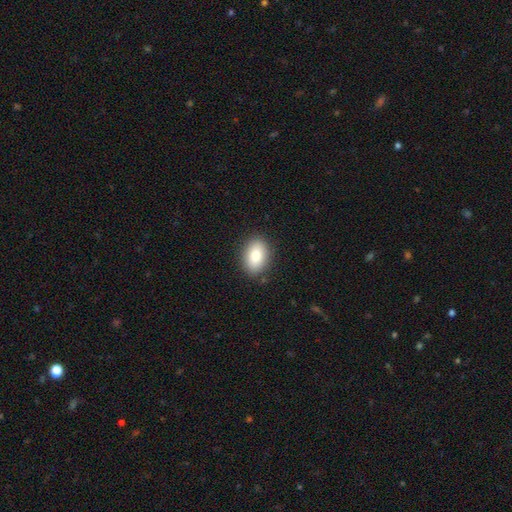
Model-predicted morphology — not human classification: smooth-or-featured: smooth: 83% | featured or disk: 10% | star or artifact: 8%
  how-rounded: in between: 83% | round: 15% | cigar-shaped: 1%
  merging: none: 87% | minor disturbance: 9% | major disturbance: 2% | merger: 1%